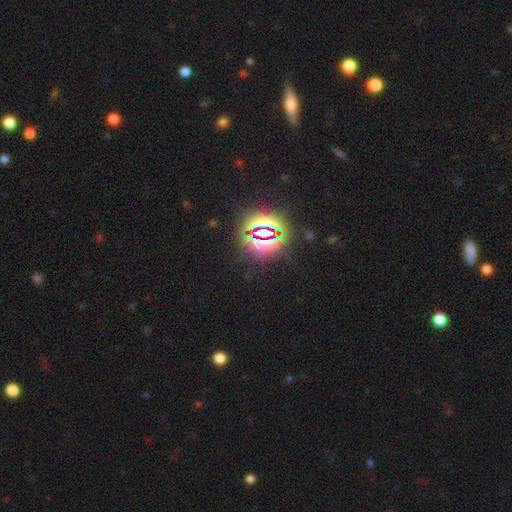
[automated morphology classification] The model was most divided on "smooth or featured": star or artifact: 81%, smooth: 12%, featured or disk: 7%.